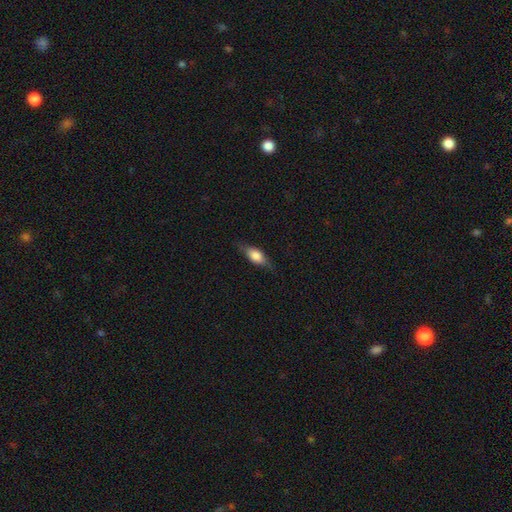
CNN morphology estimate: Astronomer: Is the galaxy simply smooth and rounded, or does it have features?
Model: smooth — 62%.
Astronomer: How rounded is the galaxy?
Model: in between — 73%.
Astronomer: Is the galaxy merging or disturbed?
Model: none — 80%.